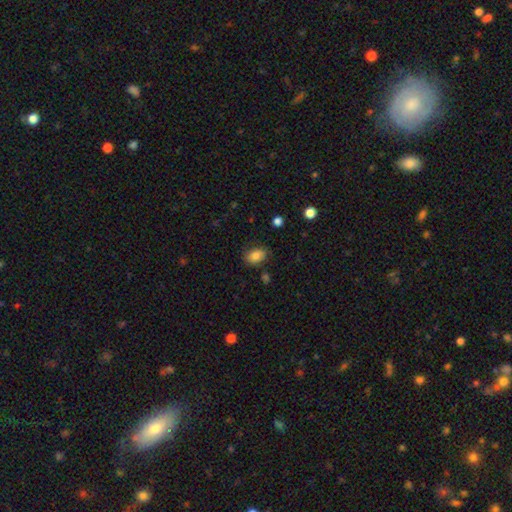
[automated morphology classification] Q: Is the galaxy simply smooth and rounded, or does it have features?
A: smooth — 84%.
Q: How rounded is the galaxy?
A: in between — 79%.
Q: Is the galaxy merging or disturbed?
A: none — 79%.